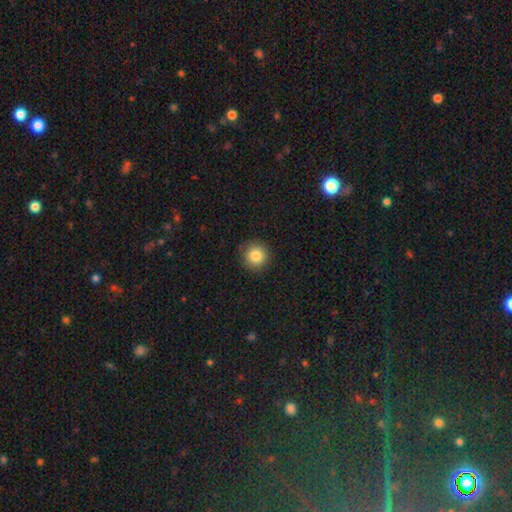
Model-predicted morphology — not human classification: Smooth or featured?
  - smooth: 84% *
  - star or artifact: 10%
  - featured or disk: 6%
How rounded?
  - round: 94% *
  - in between: 5%
  - cigar-shaped: 1%
Merging?
  - none: 88% *
  - minor disturbance: 9%
  - major disturbance: 2%
  - merger: 1%